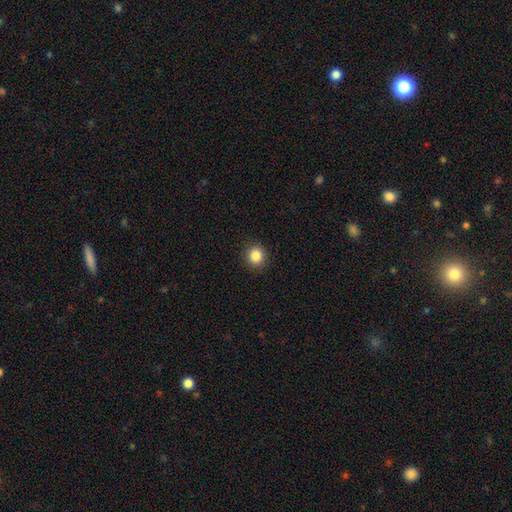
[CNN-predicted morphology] The model was most divided on "how rounded": round: 87%, in between: 12%, cigar-shaped: 1%. More confident: merging — none (91%); smooth or featured — smooth (86%).